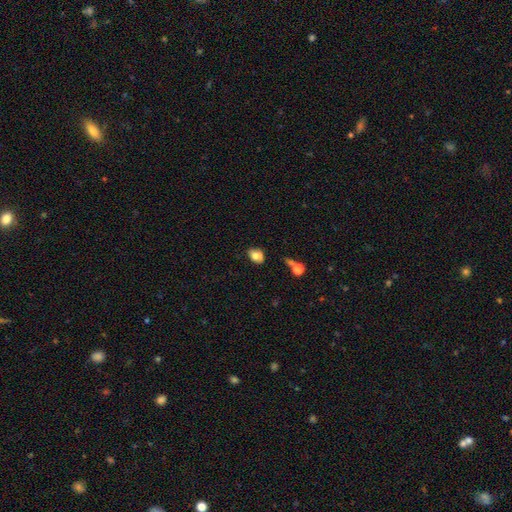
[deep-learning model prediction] smooth_or_featured: smooth (p=0.72) [alt: featured or disk p=0.19]
how_rounded: in between (p=0.75) [alt: round p=0.24]
merging: none (p=0.59) [alt: minor disturbance p=0.26]